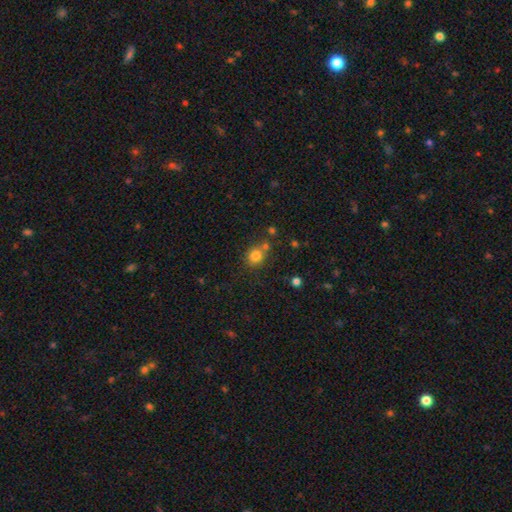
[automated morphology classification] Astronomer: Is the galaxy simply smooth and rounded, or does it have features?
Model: smooth — 80%.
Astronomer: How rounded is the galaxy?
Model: round — 81%.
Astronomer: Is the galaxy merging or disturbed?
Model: none — 66%.